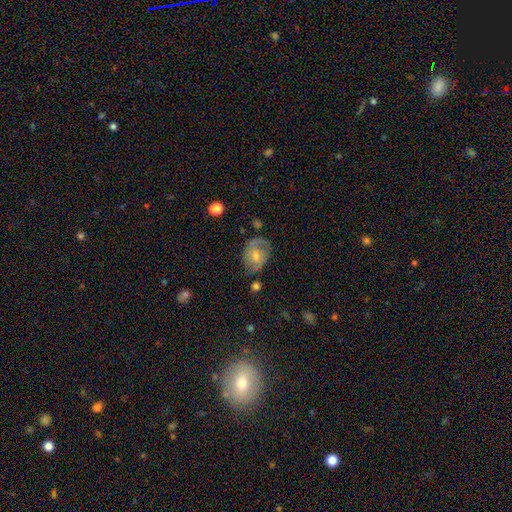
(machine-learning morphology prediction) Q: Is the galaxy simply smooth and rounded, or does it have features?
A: featured or disk — 64%.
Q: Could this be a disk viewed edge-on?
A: no — 96%.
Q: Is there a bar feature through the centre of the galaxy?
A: no — 65%.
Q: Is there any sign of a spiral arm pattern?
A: yes — 80%.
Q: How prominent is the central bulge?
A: moderate — 52%.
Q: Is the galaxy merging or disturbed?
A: none — 67%.